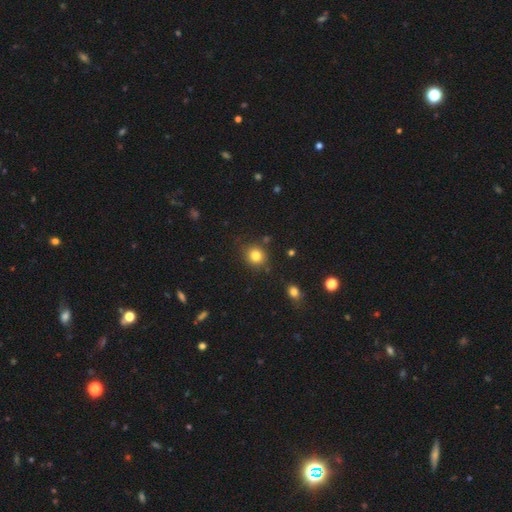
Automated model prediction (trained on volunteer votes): smooth-or-featured: smooth: 82% | star or artifact: 12% | featured or disk: 6%
  how-rounded: round: 81% | in between: 18% | cigar-shaped: 1%
  merging: none: 84% | minor disturbance: 10% | merger: 4% | major disturbance: 3%